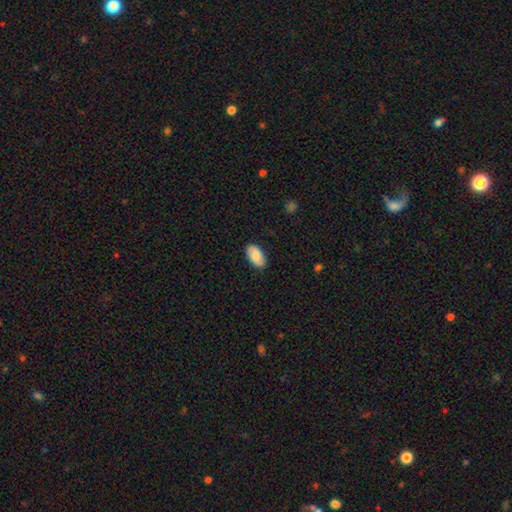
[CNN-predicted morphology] Q: Smooth or featured?
A: smooth (79%); runner-up: featured or disk (15%)
Q: How rounded?
A: in between (95%); runner-up: round (3%)
Q: Merging?
A: none (87%); runner-up: minor disturbance (10%)